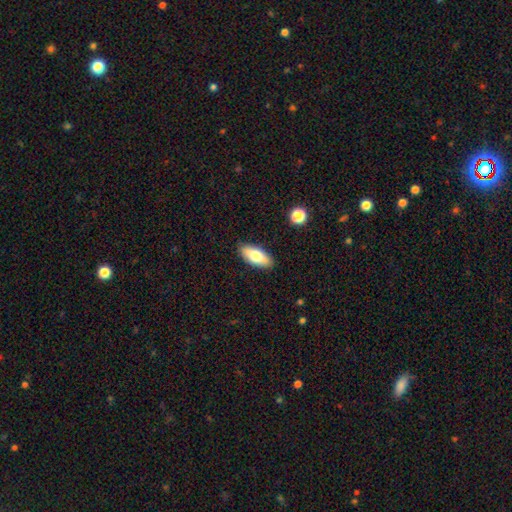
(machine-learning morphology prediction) Smooth or featured: smooth — 74% (featured or disk — 20%)
How rounded: in between — 87% (cigar-shaped — 11%)
Merging: none — 88% (minor disturbance — 9%)